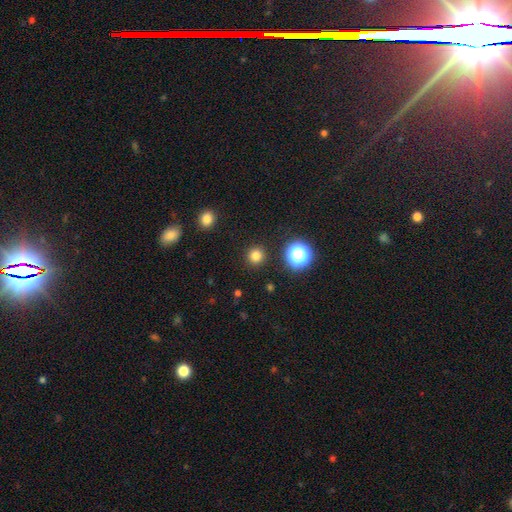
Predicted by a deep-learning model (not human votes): Overall: smooth (79%). How rounded: round (96%). Merging: none (92%).